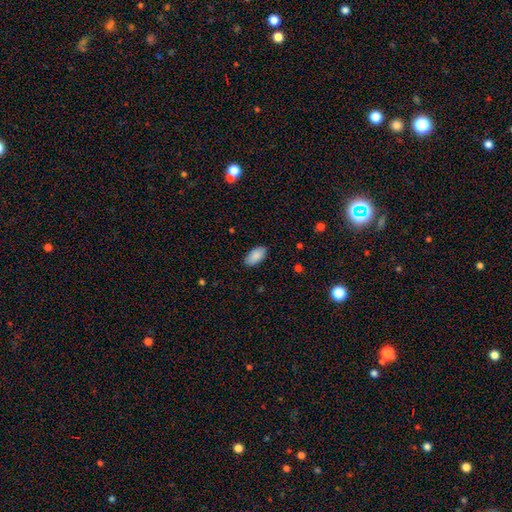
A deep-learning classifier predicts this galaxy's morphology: The model was most divided on "merging": none: 87%, minor disturbance: 10%, major disturbance: 2%, merger: 1%. More confident: how rounded — in between (95%); smooth or featured — smooth (89%).